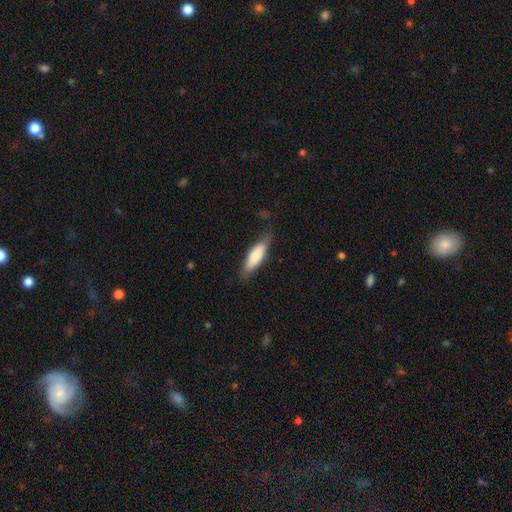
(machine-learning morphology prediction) This is likely a smooth galaxy (74%). How rounded: possibly in between (53%). Merging: likely none (74%).